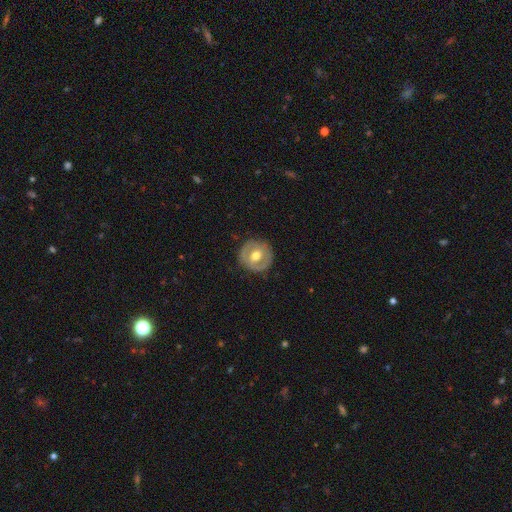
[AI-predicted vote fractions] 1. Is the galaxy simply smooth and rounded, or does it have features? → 50% featured or disk, 44% smooth, 6% star or artifact.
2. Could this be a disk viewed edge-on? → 95% no, 5% yes.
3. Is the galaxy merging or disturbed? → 85% none, 10% minor disturbance, 3% major disturbance, 1% merger.